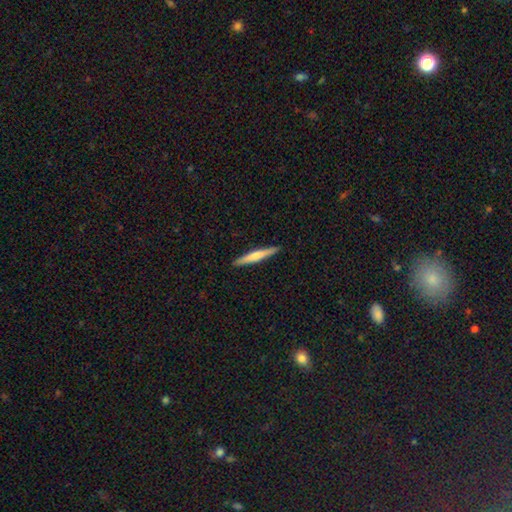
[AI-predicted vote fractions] smooth 55%, featured or disk 40%, star or artifact 5%. Down the decision tree: how rounded — cigar-shaped (95%); merging — none (91%).